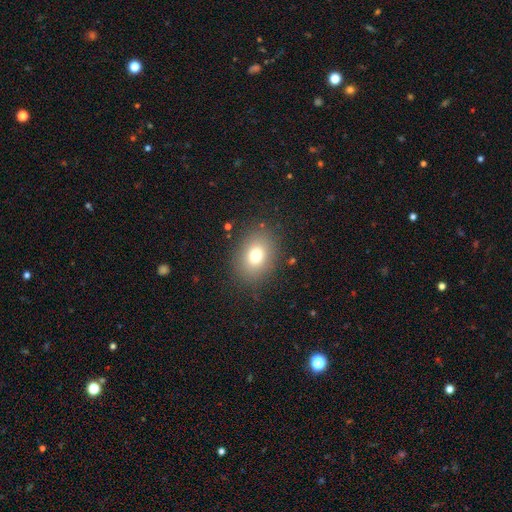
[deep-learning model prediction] A smooth galaxy with no disk features (75%) that is in between round and cigar-shaped (62%). Merging: none (84%).